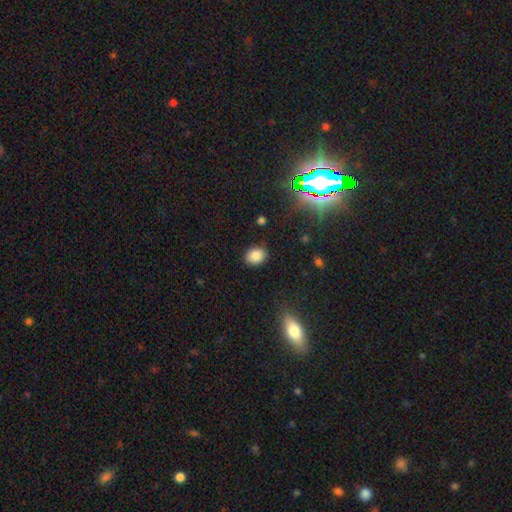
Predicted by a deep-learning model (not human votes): Smooth or featured?
  - smooth: 84% *
  - star or artifact: 11%
  - featured or disk: 5%
How rounded?
  - in between: 50% *
  - round: 49%
  - cigar-shaped: 1%
Merging?
  - none: 87% *
  - minor disturbance: 9%
  - major disturbance: 3%
  - merger: 1%